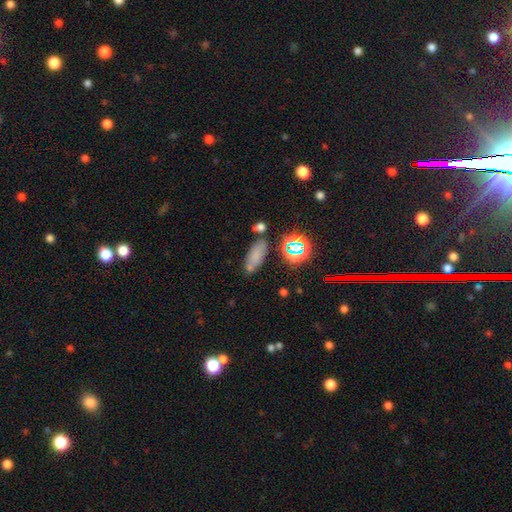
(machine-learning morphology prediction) type=smooth (65%); roundness=in between (73%); merging=none (66%).